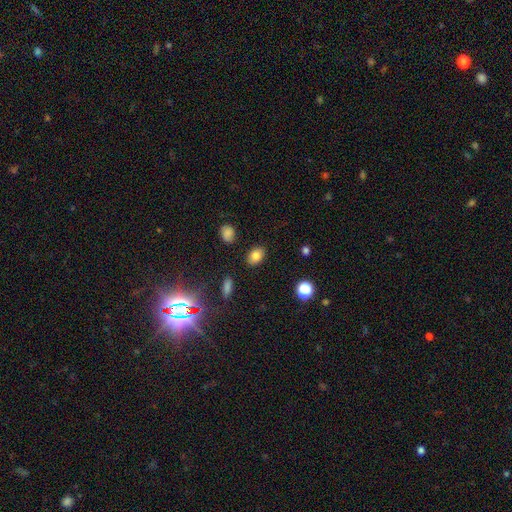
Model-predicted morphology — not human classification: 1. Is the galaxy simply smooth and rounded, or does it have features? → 81% smooth, 12% star or artifact, 7% featured or disk.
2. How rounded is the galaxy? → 81% in between, 18% round, 1% cigar-shaped.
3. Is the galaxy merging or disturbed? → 86% none, 9% minor disturbance, 3% major disturbance, 2% merger.